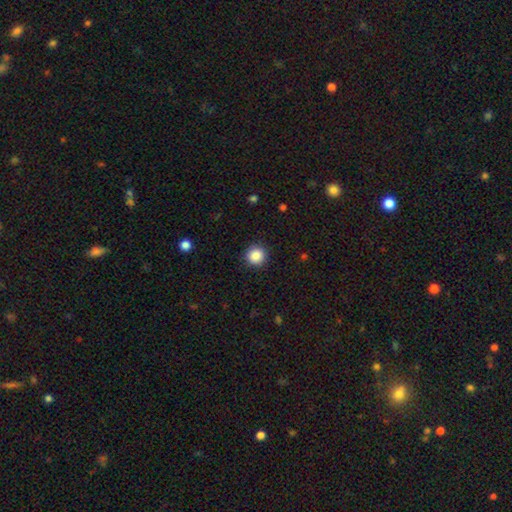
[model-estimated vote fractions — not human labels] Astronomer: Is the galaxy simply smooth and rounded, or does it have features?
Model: smooth — 87%.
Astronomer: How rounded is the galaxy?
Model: round — 94%.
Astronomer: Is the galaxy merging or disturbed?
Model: none — 91%.